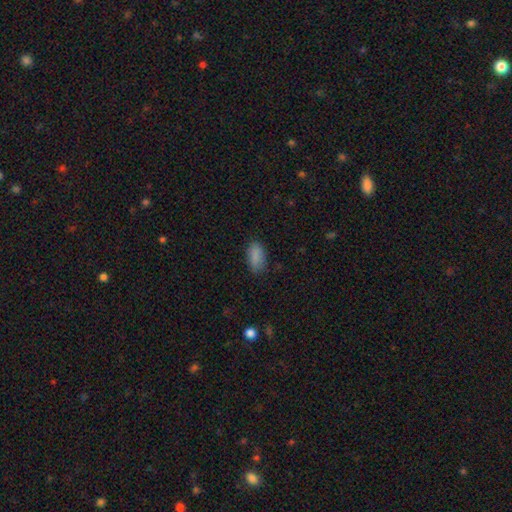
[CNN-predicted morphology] smooth_or_featured: smooth (p=0.87) [alt: star or artifact p=0.09]
how_rounded: in between (p=0.92) [alt: cigar-shaped p=0.05]
merging: none (p=0.78) [alt: minor disturbance p=0.17]